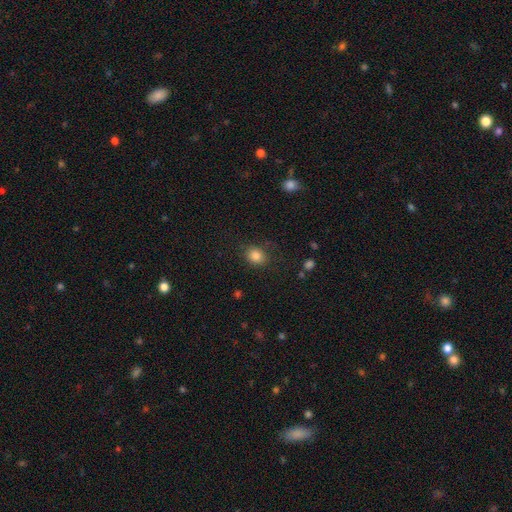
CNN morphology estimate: A smooth galaxy with no disk features (84%) that is round (62%).

Vote fractions:
- Smooth or featured? smooth: 84% / star or artifact: 11% / featured or disk: 6%
- How rounded? round: 62% / in between: 37% / cigar-shaped: 1%
- Merging? none: 80% / minor disturbance: 13% / major disturbance: 5% / merger: 2%